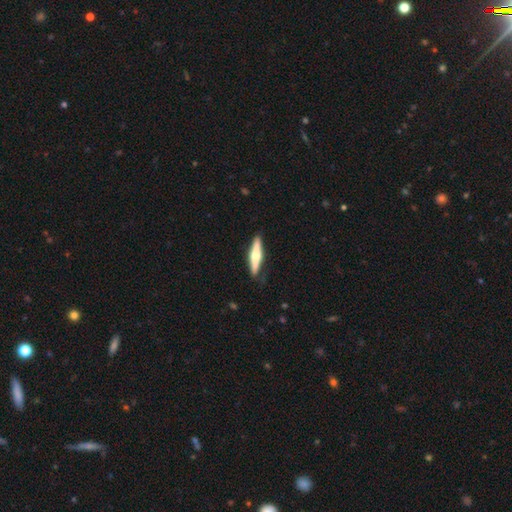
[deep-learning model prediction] Overall: featured or disk (62%; smooth 33%). Edge-on disk: yes (97%). Edge-on bulge: rounded (91%). Merging: none (87%).